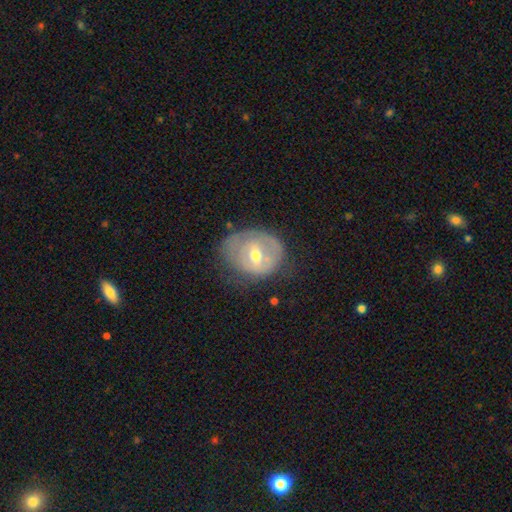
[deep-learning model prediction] This is possibly a featured or disk galaxy (57%). It is clearly not viewed edge-on (95%). Bar: possibly weak (48%). Spiral arm pattern: possibly no (59%). Central bulge: likely moderate (67%). Merging: possibly none (54%).